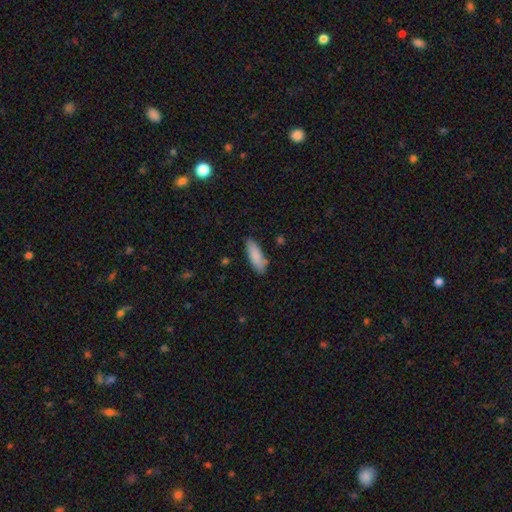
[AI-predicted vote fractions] Overall: smooth (86%). How rounded: in between (60%; cigar-shaped 39%). Merging: none (80%).